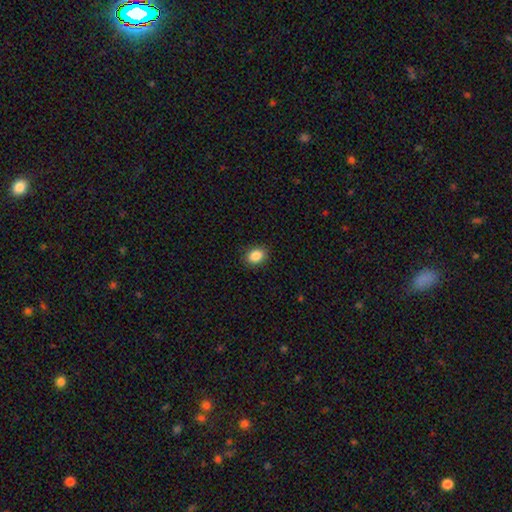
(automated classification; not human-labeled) smooth_or_featured: smooth (p=0.88) [alt: star or artifact p=0.09]
how_rounded: in between (p=0.64) [alt: round p=0.35]
merging: none (p=0.89) [alt: minor disturbance p=0.08]